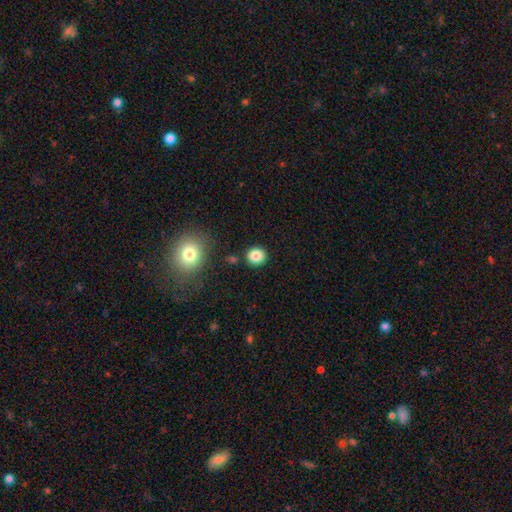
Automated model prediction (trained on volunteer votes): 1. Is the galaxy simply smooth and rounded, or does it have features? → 85% smooth, 10% star or artifact, 5% featured or disk.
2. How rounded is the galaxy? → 87% round, 12% in between, 1% cigar-shaped.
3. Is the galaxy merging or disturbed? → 86% none, 7% minor disturbance, 4% merger, 2% major disturbance.